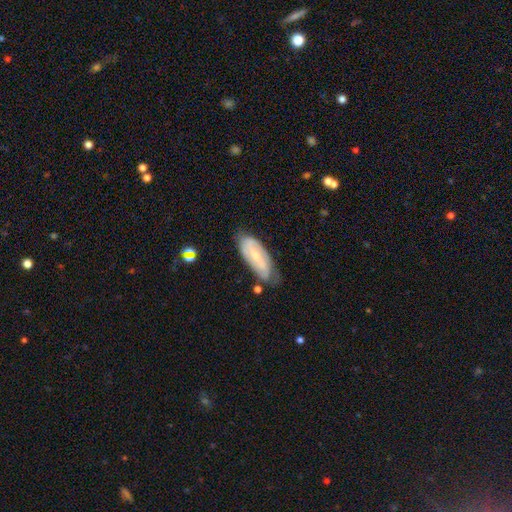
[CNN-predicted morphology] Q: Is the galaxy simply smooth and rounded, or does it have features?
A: featured or disk — 65%.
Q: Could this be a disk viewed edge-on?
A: no — 87%.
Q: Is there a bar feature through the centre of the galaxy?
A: weak — 38%.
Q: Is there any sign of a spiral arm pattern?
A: yes — 77%.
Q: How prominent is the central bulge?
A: small — 65%.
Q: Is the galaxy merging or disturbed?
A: none — 64%.